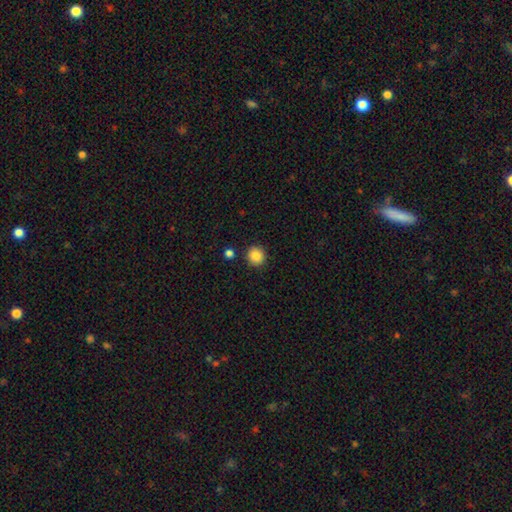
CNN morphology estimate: Smooth or featured: smooth — 86% (star or artifact — 10%)
How rounded: round — 93% (in between — 7%)
Merging: none — 89% (minor disturbance — 6%)